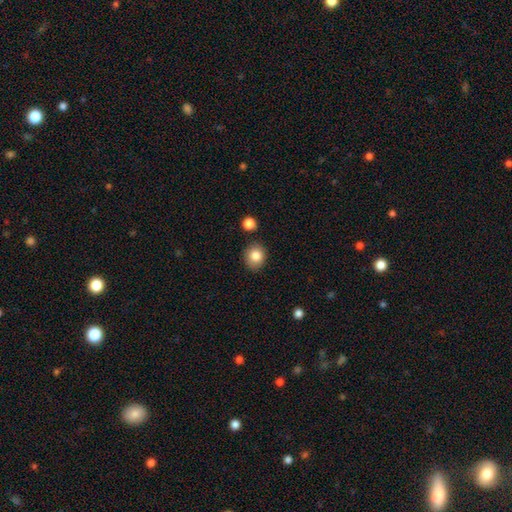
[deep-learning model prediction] Q: Smooth or featured?
A: smooth (84%); runner-up: star or artifact (9%)
Q: How rounded?
A: round (75%); runner-up: in between (25%)
Q: Merging?
A: none (85%); runner-up: minor disturbance (9%)